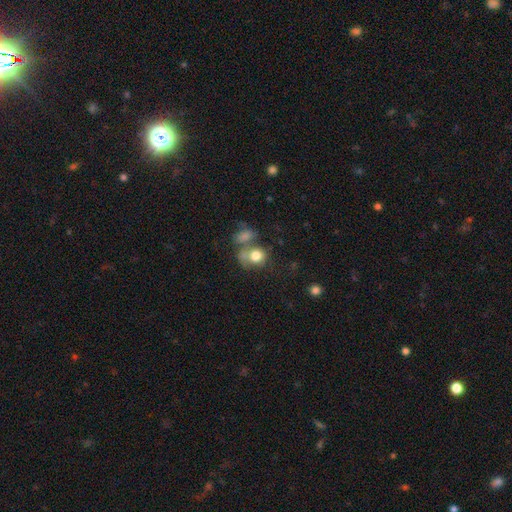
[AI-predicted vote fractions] This is likely a smooth galaxy (75%). How rounded: likely round (62%). Merging: marginally merger (37%).